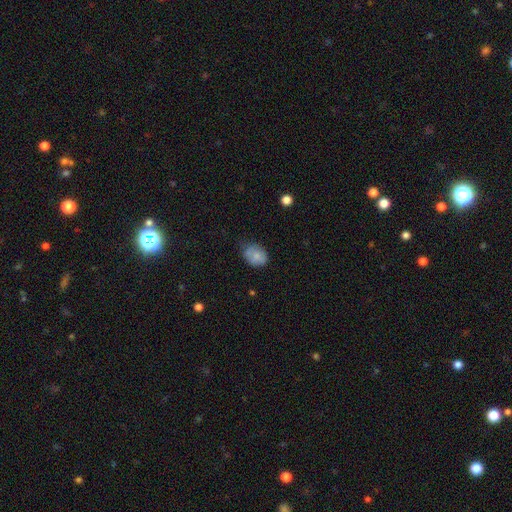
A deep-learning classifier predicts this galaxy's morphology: smooth 78%, featured or disk 13%, star or artifact 9%. Down the decision tree: how rounded — in between (64%); merging — none (51%).